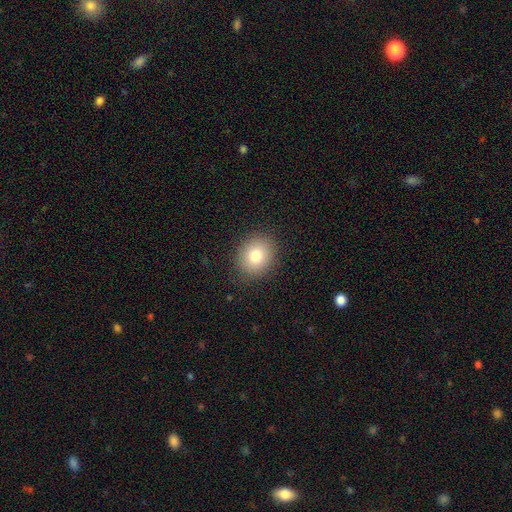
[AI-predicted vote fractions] Morphology: type=smooth (80%); roundness=round (69%); merging=none (87%).